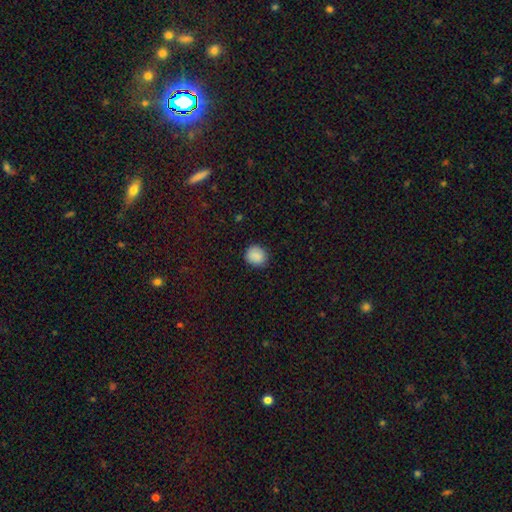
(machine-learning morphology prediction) Smooth or featured? smooth (88%)
How rounded? round (85%)
Merging? none (87%)